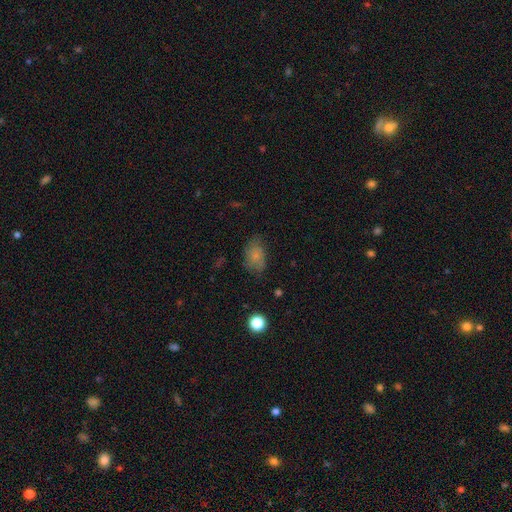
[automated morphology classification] Smooth or featured?
  - smooth: 75% *
  - featured or disk: 15%
  - star or artifact: 10%
How rounded?
  - in between: 85% *
  - round: 13%
  - cigar-shaped: 2%
Merging?
  - none: 63% *
  - minor disturbance: 26%
  - major disturbance: 9%
  - merger: 2%